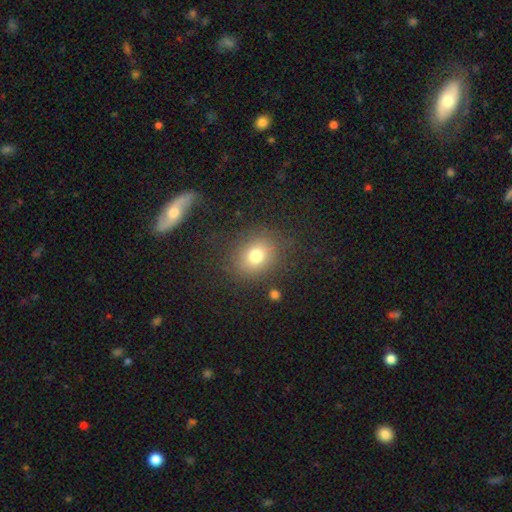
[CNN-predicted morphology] This is likely a smooth galaxy (75%). How rounded: likely round (61%). Merging: clearly none (81%).